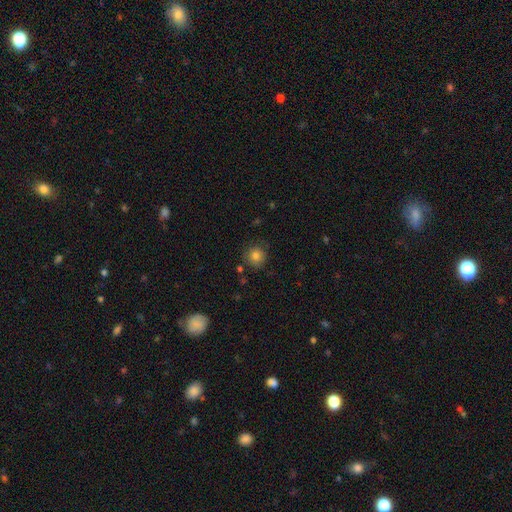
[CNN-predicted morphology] type=smooth (80%); roundness=round (92%); merging=none (81%).